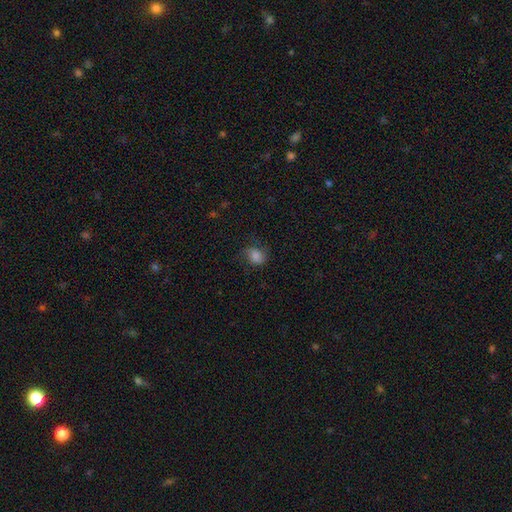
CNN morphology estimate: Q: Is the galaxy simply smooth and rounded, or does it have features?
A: smooth — 75%.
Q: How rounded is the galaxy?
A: in between — 52%.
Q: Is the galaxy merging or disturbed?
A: none — 60%.